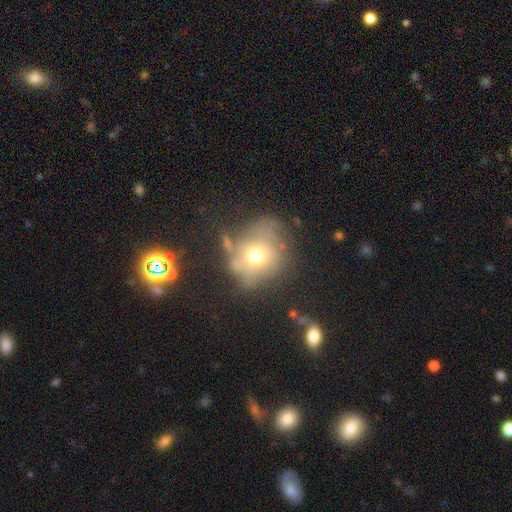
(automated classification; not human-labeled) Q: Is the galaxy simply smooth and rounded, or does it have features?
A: smooth — 59%.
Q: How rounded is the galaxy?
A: round — 73%.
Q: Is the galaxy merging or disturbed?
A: none — 50%.